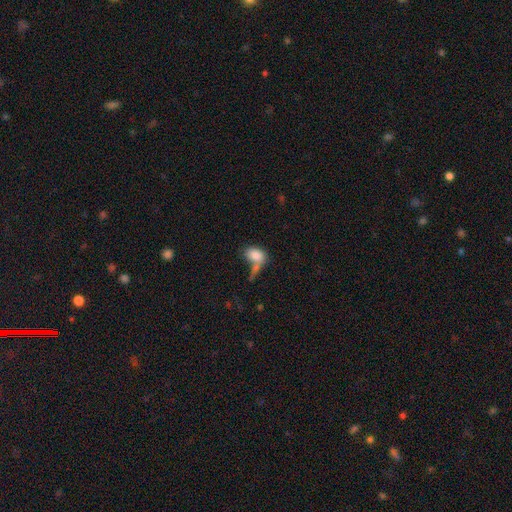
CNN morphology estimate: This is clearly a smooth galaxy (81%). How rounded: clearly in between (86%). Merging: marginally merger (34%, tied with none).